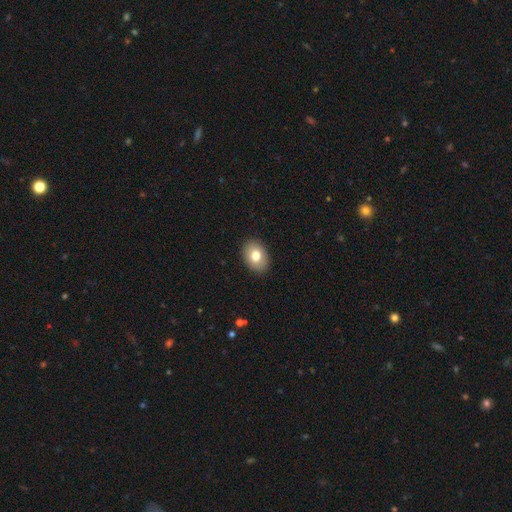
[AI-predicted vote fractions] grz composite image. It shows a smooth galaxy with no disk features (78%) that is in between round and cigar-shaped (75%). Merging: none (90%).